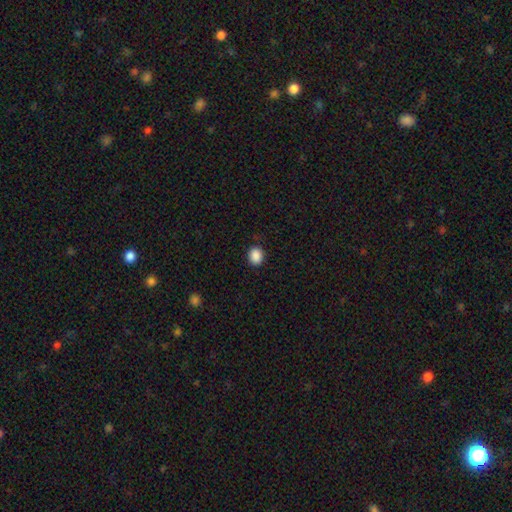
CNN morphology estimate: type=smooth (89%); roundness=round (57%); merging=none (88%).